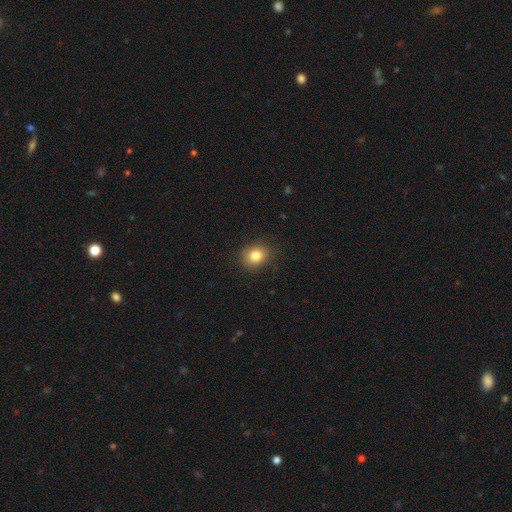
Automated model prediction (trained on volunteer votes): This appears to be a smooth galaxy with no disk features (82%) that is round (67%). Merging: none (86%).